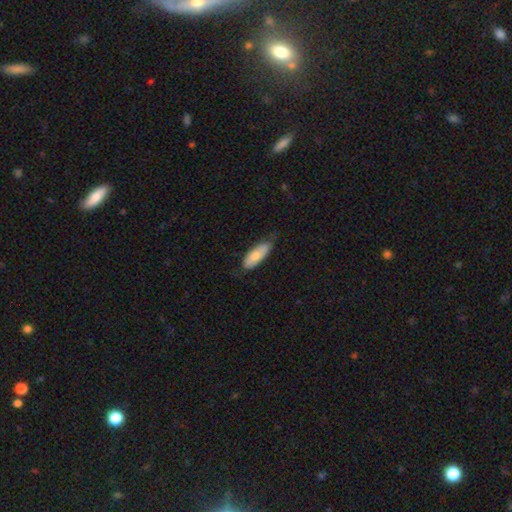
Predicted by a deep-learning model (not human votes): smooth_or_featured: smooth (p=0.77) [alt: featured or disk p=0.17]
how_rounded: in between (p=0.72) [alt: cigar-shaped p=0.26]
merging: none (p=0.69) [alt: minor disturbance p=0.25]